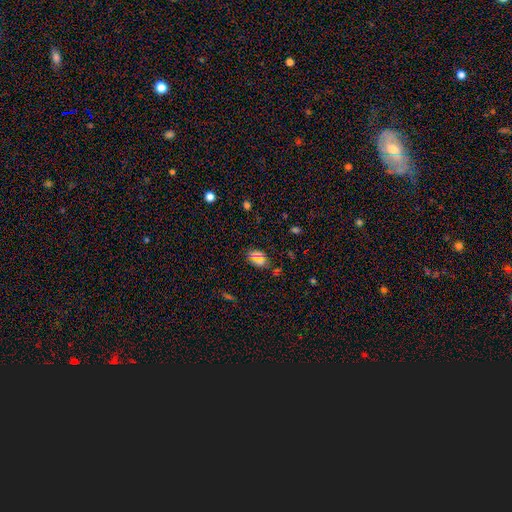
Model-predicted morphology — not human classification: A smooth galaxy with no disk features (65%) that is in between round and cigar-shaped (83%).

Vote fractions:
- Smooth or featured? smooth: 65% / star or artifact: 27% / featured or disk: 8%
- How rounded? in between: 83% / round: 15% / cigar-shaped: 3%
- Merging? none: 81% / minor disturbance: 12% / major disturbance: 4% / merger: 2%